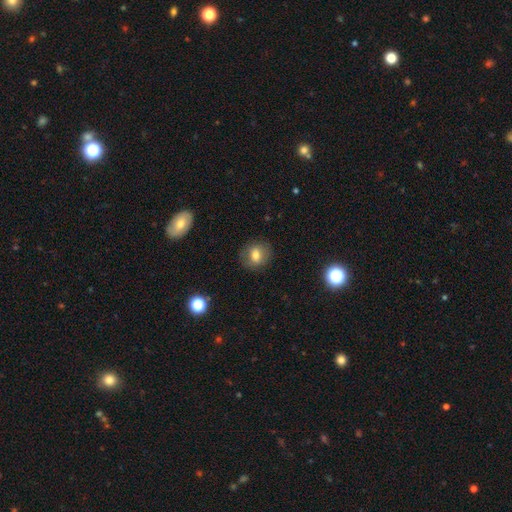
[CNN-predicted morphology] Overall: smooth (71%). How rounded: round (65%; in between 34%). Merging: none (83%).